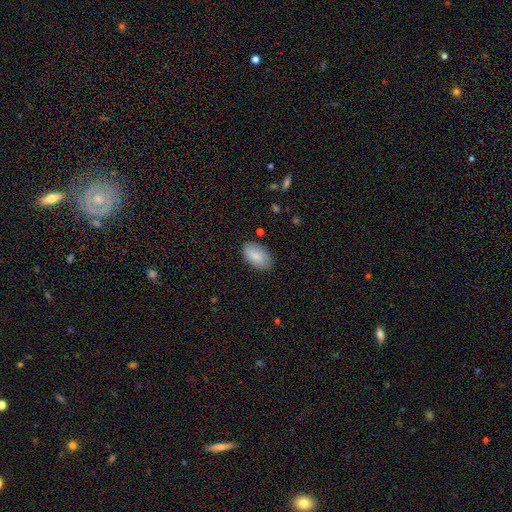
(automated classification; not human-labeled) Smooth or featured? Predicted: smooth (p=0.79). How rounded? Predicted: in between (p=0.94). Merging? Predicted: none (p=0.82).